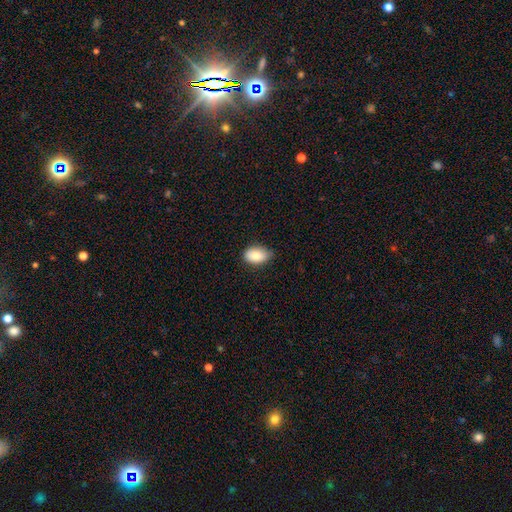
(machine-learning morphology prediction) This is clearly a smooth galaxy (84%). How rounded: clearly in between (86%). Merging: likely none (67%).